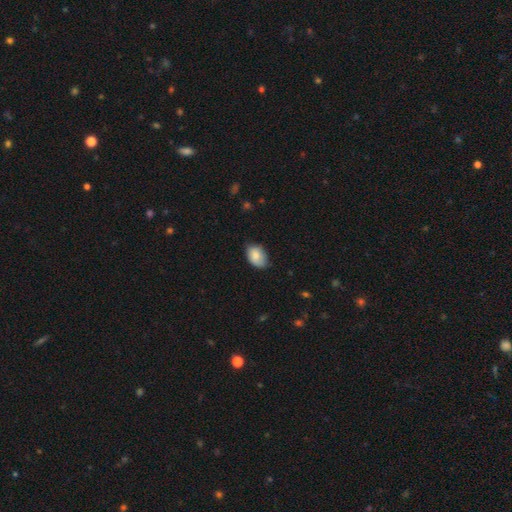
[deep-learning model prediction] Smooth or featured? Predicted: smooth (p=0.83). How rounded? Predicted: in between (p=0.86). Merging? Predicted: none (p=0.66).